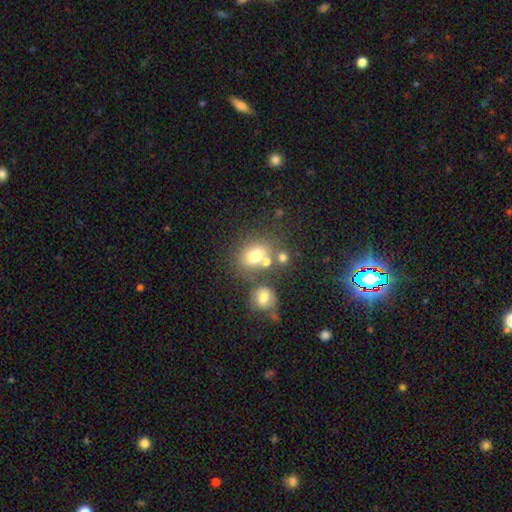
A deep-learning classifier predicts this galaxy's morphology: Smooth or featured? smooth (71%)
How rounded? round (54%)
Merging? none (54%)